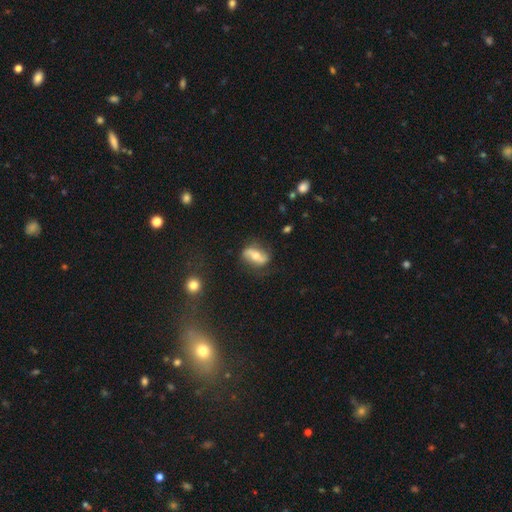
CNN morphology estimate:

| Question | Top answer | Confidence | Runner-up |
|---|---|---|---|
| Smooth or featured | featured or disk | 61% | smooth (32%) |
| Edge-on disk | no | 87% | yes (13%) |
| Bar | strong | 40% | no (33%) |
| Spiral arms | yes | 76% | no (24%) |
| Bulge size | moderate | 68% | small (23%) |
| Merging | none | 73% | minor disturbance (18%) |